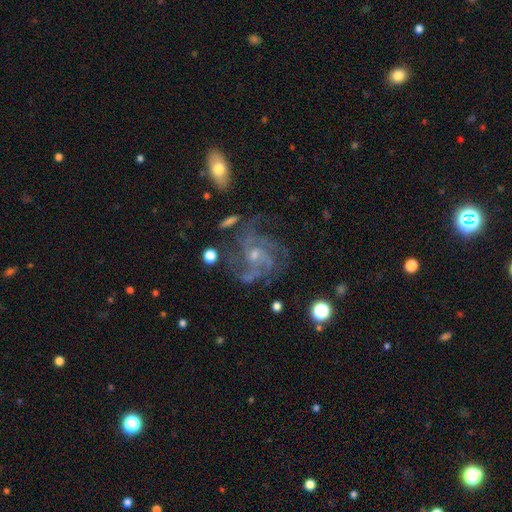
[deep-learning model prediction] Smooth or featured? Predicted: featured or disk (p=0.83). Edge-on disk? Predicted: no (p=0.97). Bar? Predicted: no (p=0.66). Spiral arms? Predicted: yes (p=0.94). Spiral winding? Predicted: medium (p=0.47). Spiral arm count? Predicted: 3 (p=0.25, tied with 4). Bulge size? Predicted: small (p=0.61). Merging? Predicted: none (p=0.61).